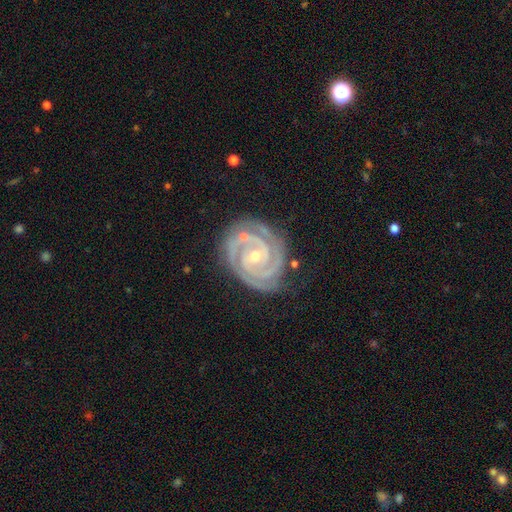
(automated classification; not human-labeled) A featured or disk galaxy (93%) with no bar (53%), 2 (65%) tight (84%) spiral arms (99%) and a small central bulge (66%). Merging: none (79%).